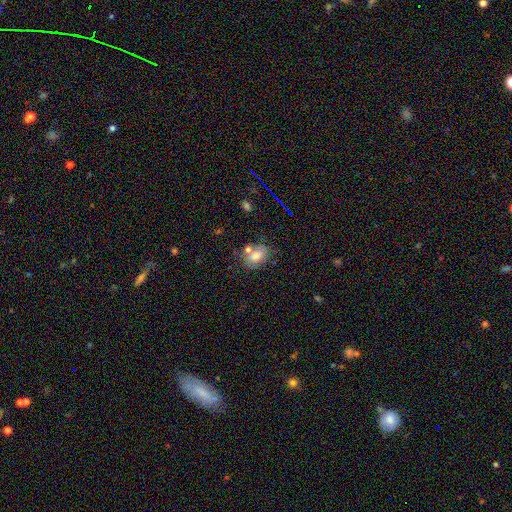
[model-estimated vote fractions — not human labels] Smooth or featured?
  - smooth: 73% *
  - featured or disk: 16%
  - star or artifact: 11%
How rounded?
  - in between: 76% *
  - round: 23%
  - cigar-shaped: 2%
Merging?
  - none: 55% *
  - merger: 21%
  - minor disturbance: 18%
  - major disturbance: 6%